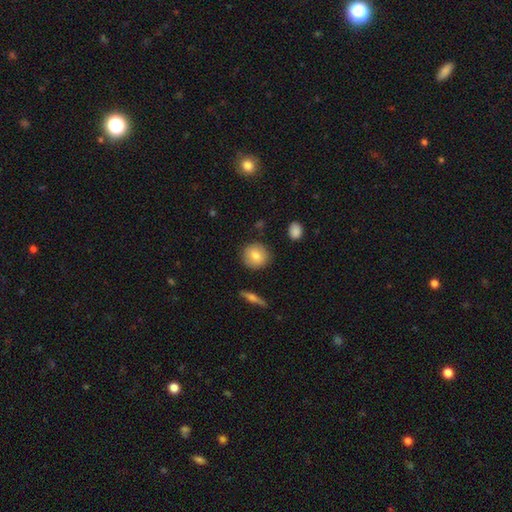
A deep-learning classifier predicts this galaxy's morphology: Smooth or featured? Predicted: smooth (p=0.82). How rounded? Predicted: round (p=0.86). Merging? Predicted: none (p=0.88).